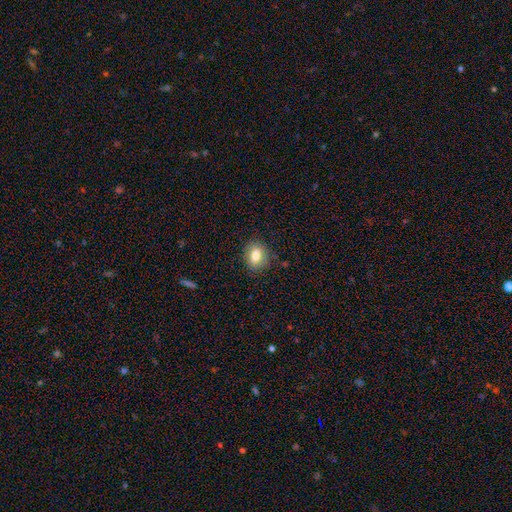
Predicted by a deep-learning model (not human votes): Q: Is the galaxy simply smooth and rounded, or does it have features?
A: smooth — 80%.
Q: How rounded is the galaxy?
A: round — 50%.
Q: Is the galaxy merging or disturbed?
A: none — 85%.